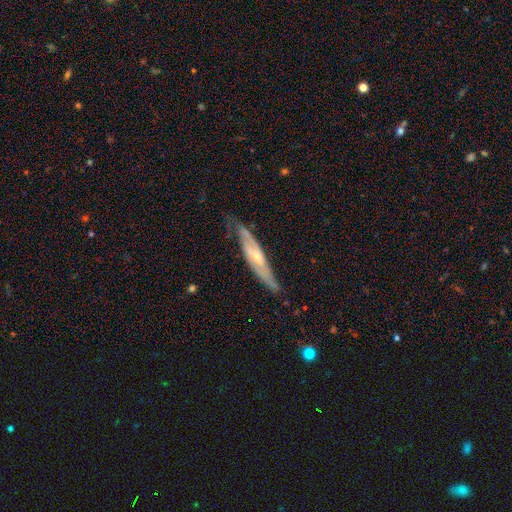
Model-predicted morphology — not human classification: smooth_or_featured: featured or disk (p=0.73) [alt: smooth p=0.22]
disk_edge_on: yes (p=0.53) [alt: no p=0.47]
merging: none (p=0.70) [alt: minor disturbance p=0.23]